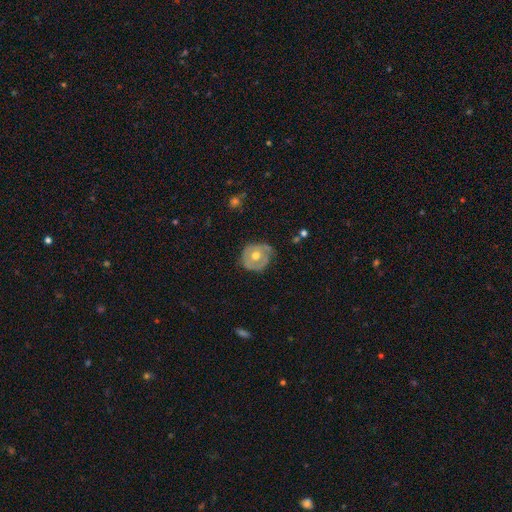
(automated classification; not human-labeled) Q: Smooth or featured?
A: featured or disk (52%); runner-up: smooth (42%)
Q: Edge-on disk?
A: no (95%); runner-up: yes (5%)
Q: Merging?
A: none (61%); runner-up: minor disturbance (29%)